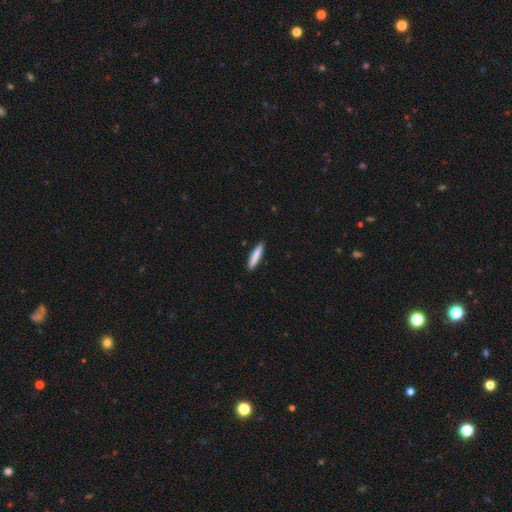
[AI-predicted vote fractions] The model was most divided on "smooth or featured": smooth: 82%, featured or disk: 13%, star or artifact: 5%. More confident: merging — none (91%); how rounded — cigar-shaped (88%).